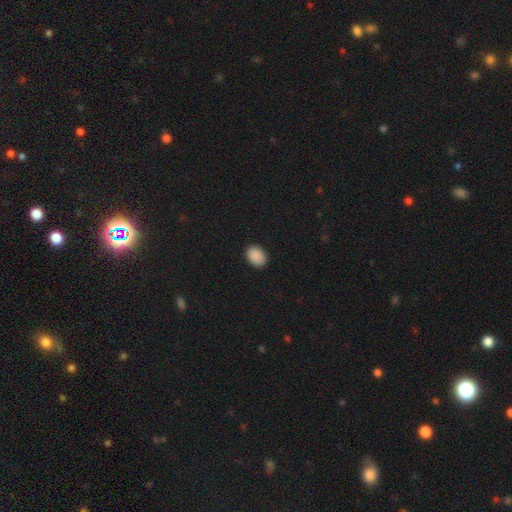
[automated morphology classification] Q: Smooth or featured?
A: smooth (90%); runner-up: star or artifact (8%)
Q: How rounded?
A: in between (74%); runner-up: round (25%)
Q: Merging?
A: none (91%); runner-up: minor disturbance (7%)